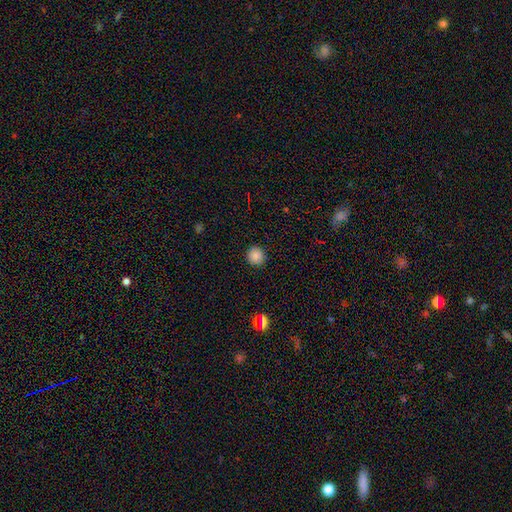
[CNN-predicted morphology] Overall: smooth (86%). How rounded: round (93%). Merging: none (91%).